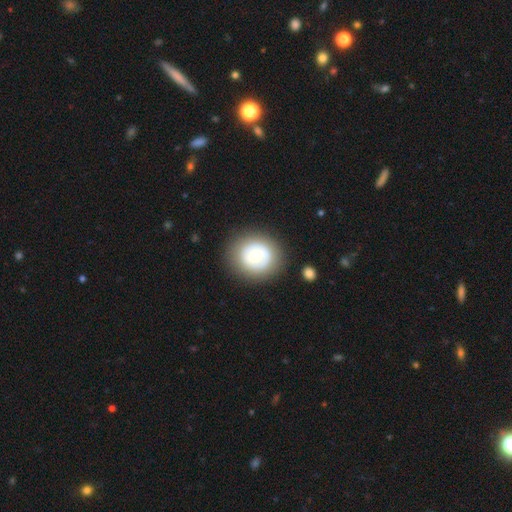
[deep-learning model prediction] This appears to be a smooth galaxy with no disk features (50%) that is round (87%). Merging: none (84%).